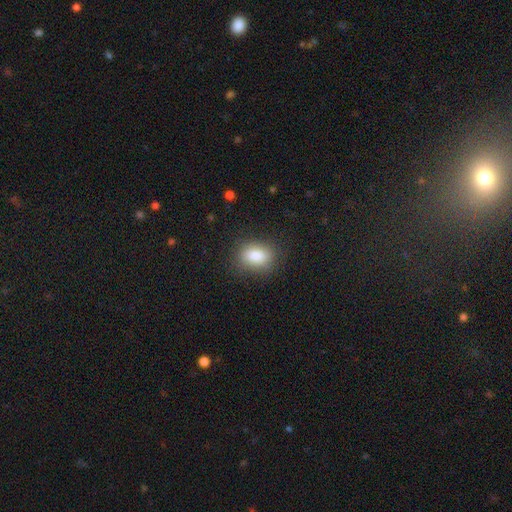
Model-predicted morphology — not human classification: Overall: smooth (85%). How rounded: in between (73%). Merging: none (83%).